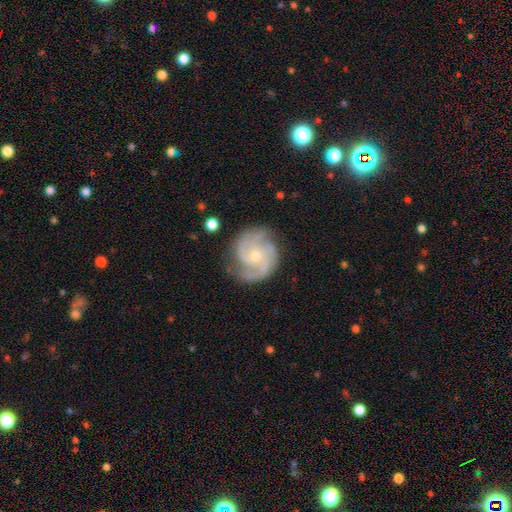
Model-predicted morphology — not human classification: Q: Smooth or featured?
A: featured or disk (87%); runner-up: smooth (8%)
Q: Edge-on disk?
A: no (98%); runner-up: yes (2%)
Q: Bar?
A: no (71%); runner-up: weak (25%)
Q: Spiral arms?
A: yes (97%); runner-up: no (3%)
Q: Spiral winding?
A: medium (45%); runner-up: tight (44%)
Q: Spiral arm count?
A: 3 (40%); runner-up: 2 (32%)
Q: Bulge size?
A: small (57%); runner-up: moderate (40%)
Q: Merging?
A: none (76%); runner-up: minor disturbance (17%)